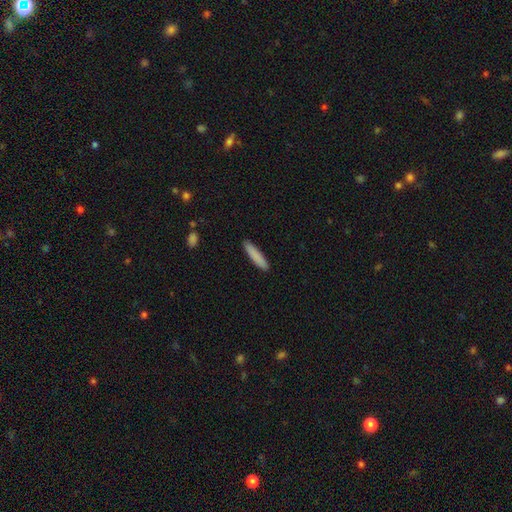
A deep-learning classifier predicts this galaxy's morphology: A smooth galaxy with no disk features (86%) that is cigar-shaped (87%).

Vote fractions:
- Smooth or featured? smooth: 86% / featured or disk: 8% / star or artifact: 6%
- How rounded? cigar-shaped: 87% / in between: 12% / round: 1%
- Merging? none: 90% / minor disturbance: 7% / major disturbance: 2% / merger: 1%